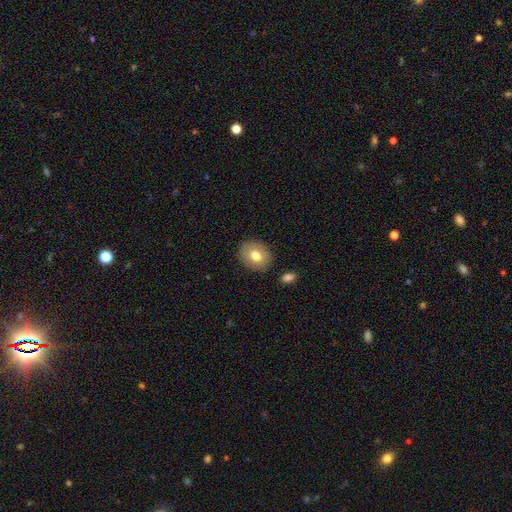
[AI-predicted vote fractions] Smooth or featured: smooth — 75% (featured or disk — 17%)
How rounded: round — 60% (in between — 39%)
Merging: none — 87% (minor disturbance — 9%)